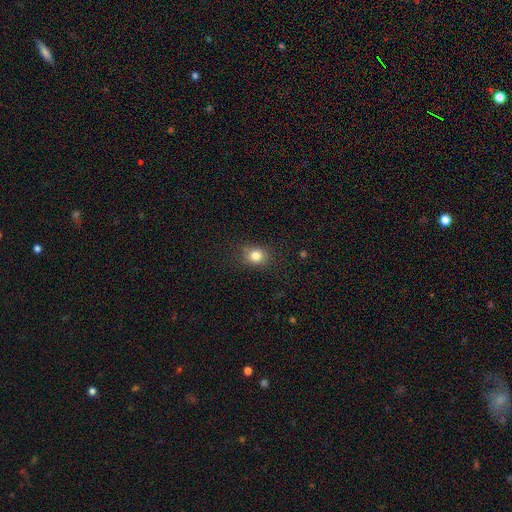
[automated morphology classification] smooth_or_featured: smooth (p=0.81) [alt: star or artifact p=0.12]
how_rounded: round (p=0.66) [alt: in between p=0.33]
merging: none (p=0.84) [alt: minor disturbance p=0.11]